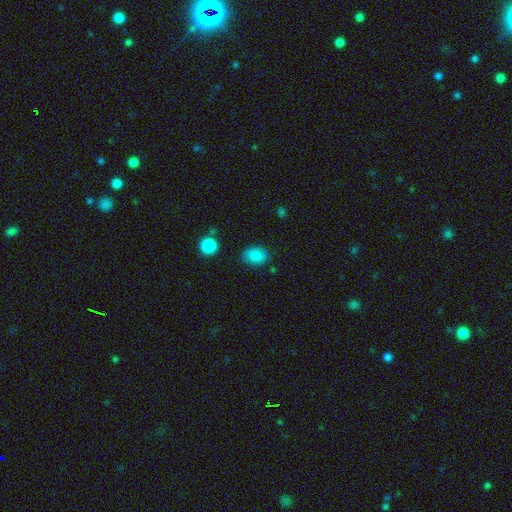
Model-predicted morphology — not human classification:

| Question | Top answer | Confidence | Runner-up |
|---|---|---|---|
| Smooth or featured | smooth | 87% | star or artifact (9%) |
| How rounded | in between | 71% | round (27%) |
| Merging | none | 79% | minor disturbance (15%) |